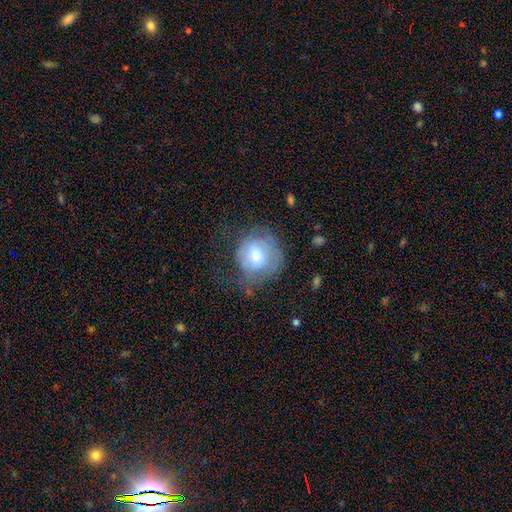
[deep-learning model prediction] The model was most divided on "smooth or featured": smooth: 49%, featured or disk: 42%, star or artifact: 9%. Remaining: merging — none (49%).